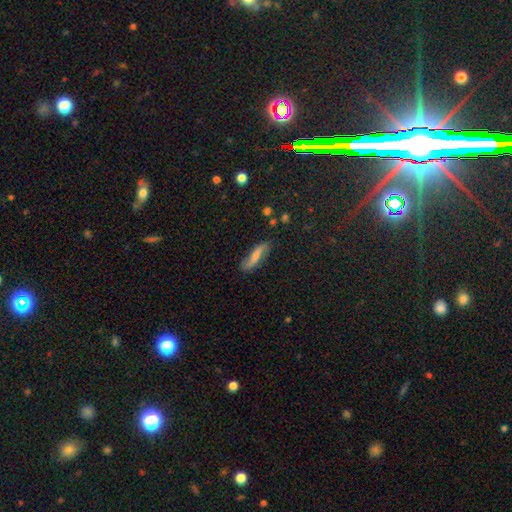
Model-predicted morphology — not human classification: smooth_or_featured: smooth (p=0.62) [alt: featured or disk p=0.31]
how_rounded: cigar-shaped (p=0.67) [alt: in between p=0.31]
merging: none (p=0.73) [alt: minor disturbance p=0.20]